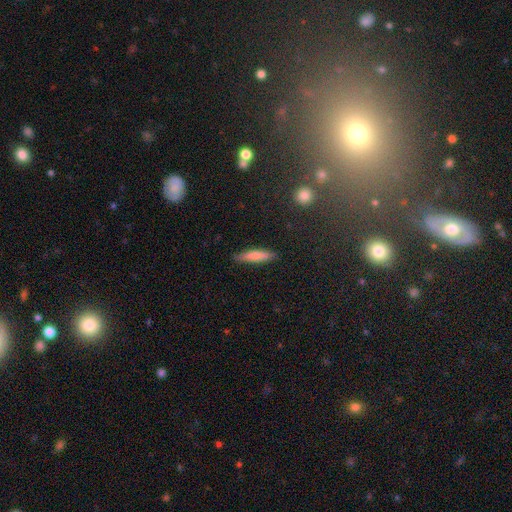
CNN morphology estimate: This is likely a smooth galaxy (79%). How rounded: clearly cigar-shaped (81%). Merging: clearly none (82%).